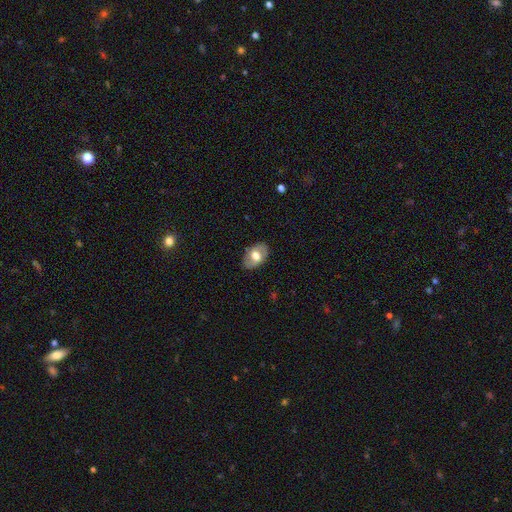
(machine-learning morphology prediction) smooth-or-featured: smooth: 54% | featured or disk: 39% | star or artifact: 6%
  how-rounded: in between: 87% | round: 12% | cigar-shaped: 1%
  merging: none: 84% | minor disturbance: 13% | major disturbance: 3% | merger: 1%